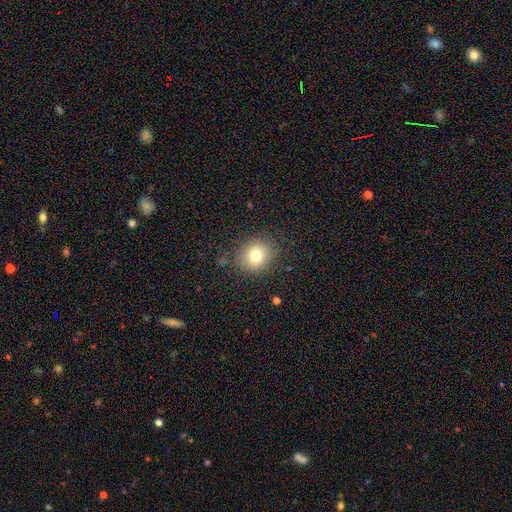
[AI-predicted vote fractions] The model was most divided on "how rounded": round: 74%, in between: 25%, cigar-shaped: 1%. More confident: merging — none (84%); smooth or featured — smooth (77%).